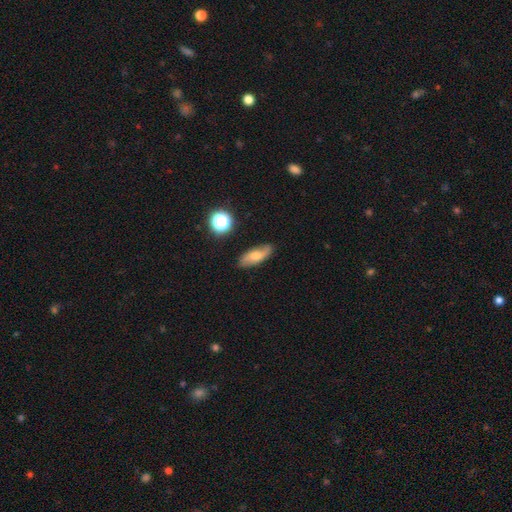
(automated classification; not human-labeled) Overall: smooth (53%; featured or disk 38%). How rounded: in between (69%). Merging: none (80%).